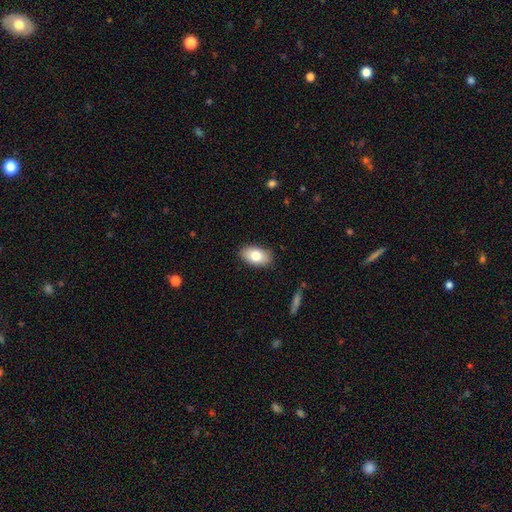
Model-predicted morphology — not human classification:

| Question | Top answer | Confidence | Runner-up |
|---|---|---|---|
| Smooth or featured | smooth | 78% | featured or disk (15%) |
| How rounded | in between | 92% | round (6%) |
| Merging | none | 87% | minor disturbance (10%) |